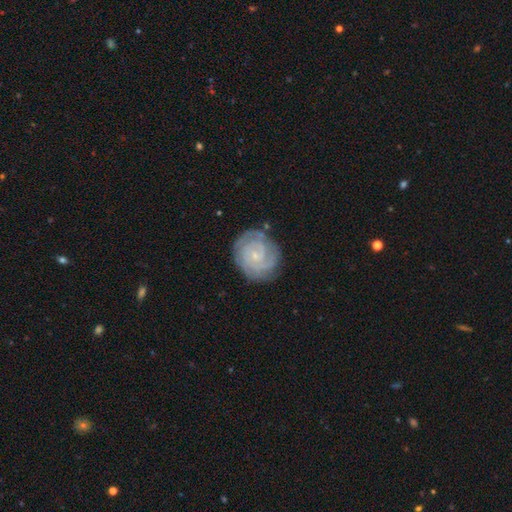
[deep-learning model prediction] This appears to be a featured or disk galaxy (86%) with no bar (70%), 2 (28%, tied with 3) tight (81%) spiral arms (98%) and a small central bulge (81%). Merging: none (80%).